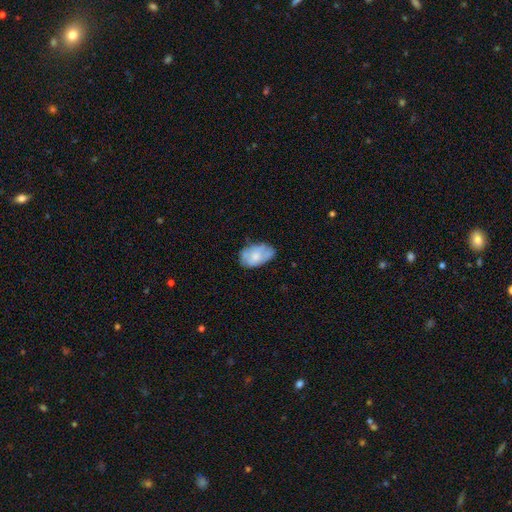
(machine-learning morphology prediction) Overall: smooth (60%; featured or disk 33%). How rounded: in between (91%). Merging: none (60%; minor disturbance 29%).